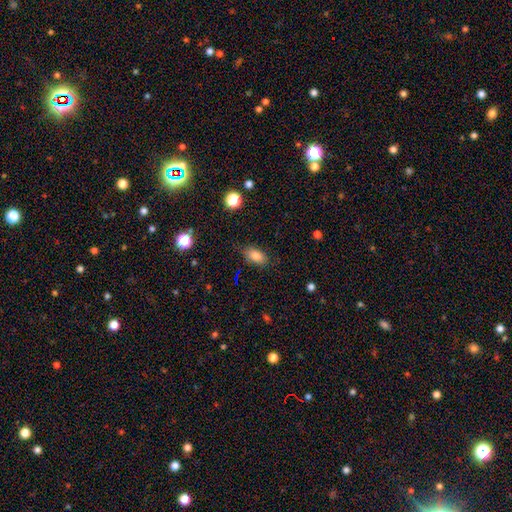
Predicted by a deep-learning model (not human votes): smooth_or_featured: smooth (p=0.82) [alt: star or artifact p=0.10]
how_rounded: in between (p=0.87) [alt: round p=0.08]
merging: none (p=0.81) [alt: minor disturbance p=0.14]